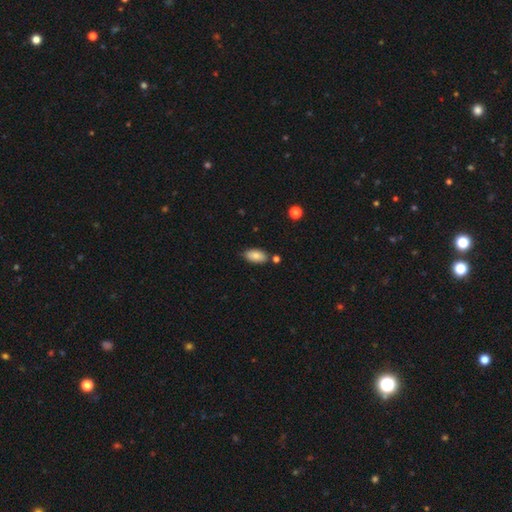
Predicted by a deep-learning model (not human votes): Q: Smooth or featured?
A: smooth (84%); runner-up: featured or disk (9%)
Q: How rounded?
A: in between (93%); runner-up: cigar-shaped (4%)
Q: Merging?
A: none (77%); runner-up: minor disturbance (14%)